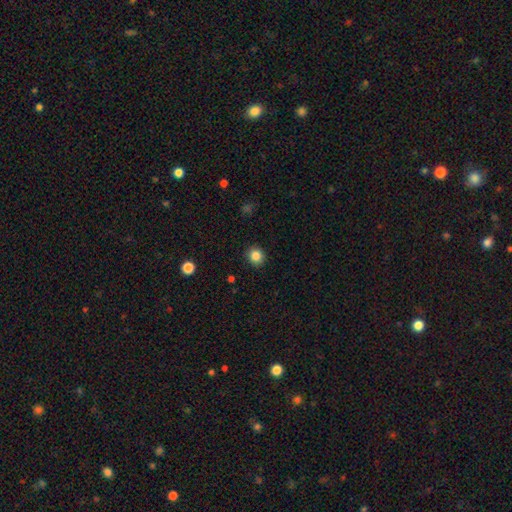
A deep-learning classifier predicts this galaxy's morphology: Overall: smooth (85%). How rounded: round (85%). Merging: none (90%).